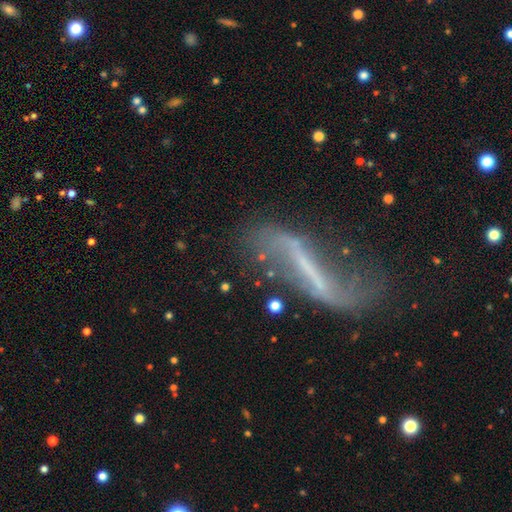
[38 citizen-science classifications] Overall: featured or disk (79%). Edge-on disk: no (83%). Bar: strong (72%). Spiral arms: yes (80%). Spiral arm count: 2 (70%). Spiral winding: loose (95%). Bulge size: none (64%; small 28%). Merging: none (51%; major disturbance 29%).